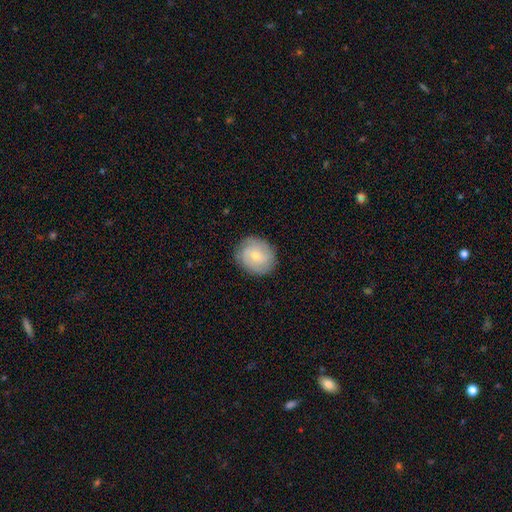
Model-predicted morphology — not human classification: Smooth or featured? Predicted: featured or disk (p=0.48). Merging? Predicted: none (p=0.84).